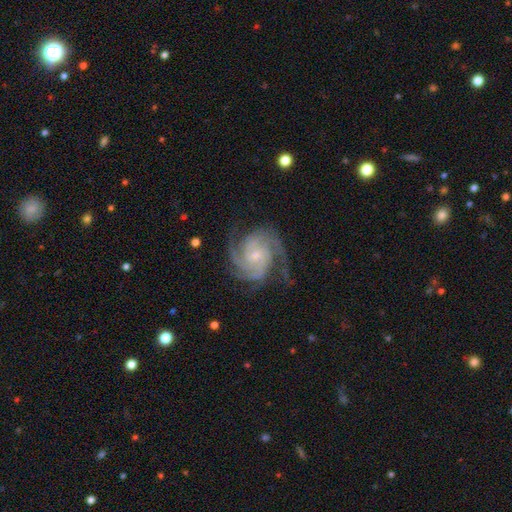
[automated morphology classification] A featured or disk galaxy (92%) with no bar (70%), 3 (39%) tight (61%) spiral arms (99%) and a small central bulge (73%).

Vote fractions:
- Smooth or featured? featured or disk: 92% / star or artifact: 4% / smooth: 3%
- Edge-on disk? no: 98% / yes: 2%
- Bar? no: 70% / weak: 24% / strong: 6%
- Spiral arms? yes: 99% / no: 1%
- Spiral winding? tight: 61% / medium: 34% / loose: 4%
- Spiral arm count? 3: 39% / 4: 29% / 2: 11% / can't tell: 9% / more than 4: 6% / 1: 6%
- Bulge size? small: 73% / moderate: 21% / none: 3% / large: 1% / dominant: 1%
- Merging? none: 75% / minor disturbance: 16% / major disturbance: 7% / merger: 1%